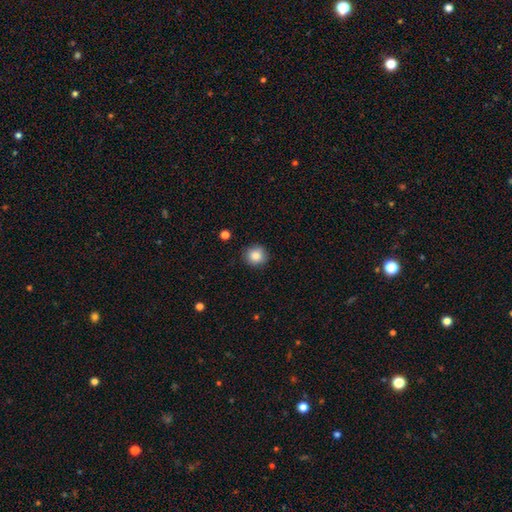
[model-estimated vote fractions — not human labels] A smooth galaxy with no disk features (86%) that is round (90%).

Vote fractions:
- Smooth or featured? smooth: 86% / star or artifact: 9% / featured or disk: 5%
- How rounded? round: 90% / in between: 9% / cigar-shaped: 1%
- Merging? none: 88% / minor disturbance: 9% / major disturbance: 2% / merger: 1%